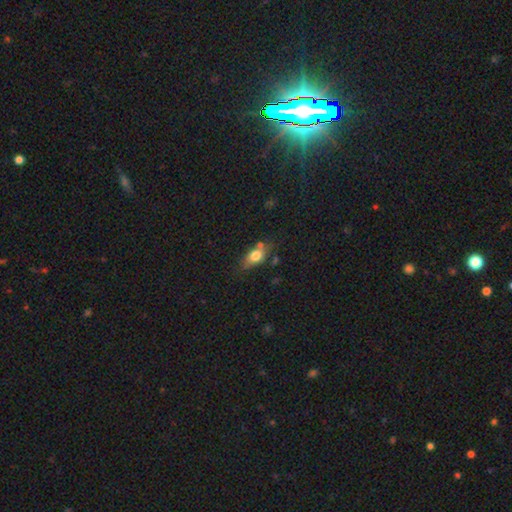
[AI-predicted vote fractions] Smooth or featured? smooth (71%)
How rounded? in between (77%)
Merging? none (61%)